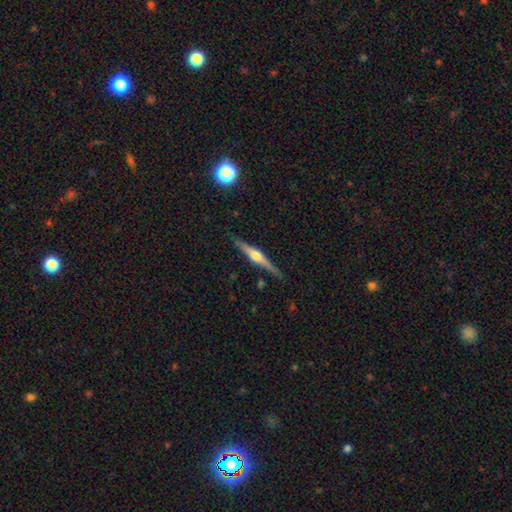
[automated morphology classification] This appears to be a featured or disk galaxy (75%) viewed edge-on (98%) with a rounded central bulge (92%). Merging: none (87%).